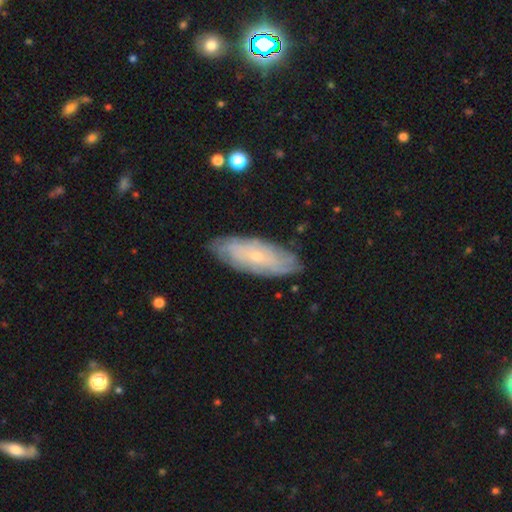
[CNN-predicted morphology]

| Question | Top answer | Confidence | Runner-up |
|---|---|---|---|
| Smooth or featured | featured or disk | 59% | smooth (34%) |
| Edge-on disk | no | 81% | yes (19%) |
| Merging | none | 82% | minor disturbance (14%) |